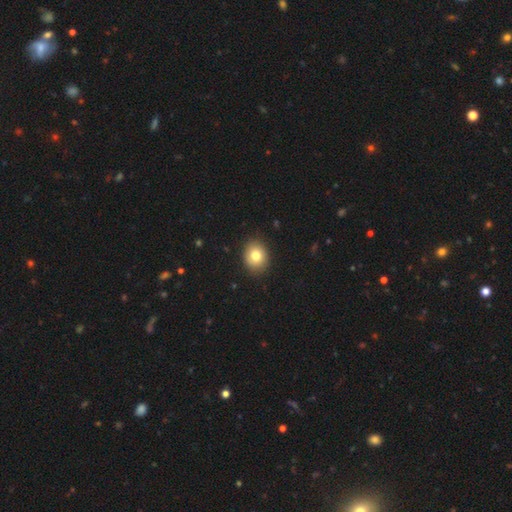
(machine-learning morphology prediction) This is clearly a smooth galaxy (80%). How rounded: possibly round (57%). Merging: clearly none (89%).